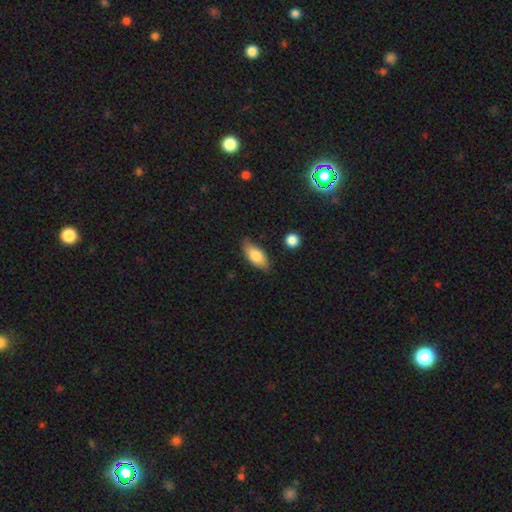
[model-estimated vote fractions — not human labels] A smooth galaxy with no disk features (78%) that is in between round and cigar-shaped (85%).

Vote fractions:
- Smooth or featured? smooth: 78% / featured or disk: 15% / star or artifact: 7%
- How rounded? in between: 85% / cigar-shaped: 12% / round: 3%
- Merging? none: 77% / minor disturbance: 18% / major disturbance: 3% / merger: 2%